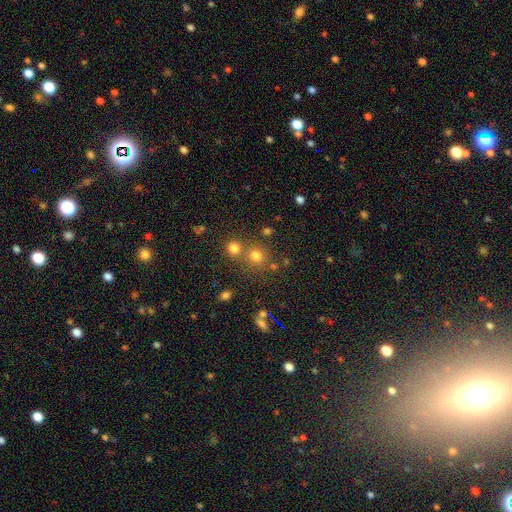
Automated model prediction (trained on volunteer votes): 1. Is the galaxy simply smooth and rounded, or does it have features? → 67% smooth, 24% star or artifact, 9% featured or disk.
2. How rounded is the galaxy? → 90% round, 9% in between, 1% cigar-shaped.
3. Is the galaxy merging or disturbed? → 65% none, 25% merger, 7% minor disturbance, 3% major disturbance.